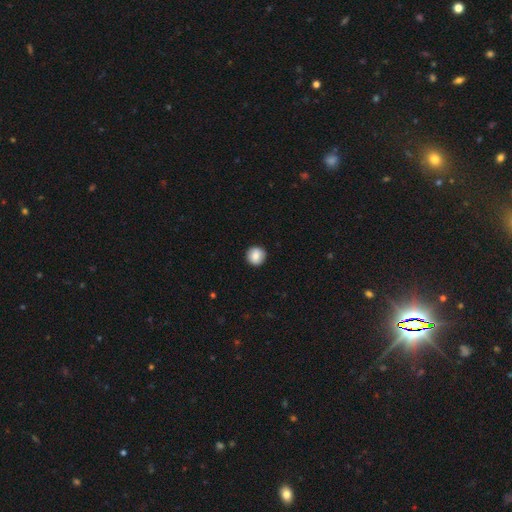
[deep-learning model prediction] Morphology: type=smooth (83%); roundness=round (95%); merging=none (92%).